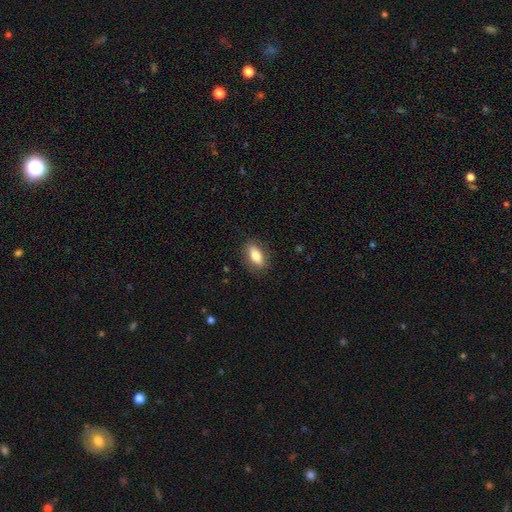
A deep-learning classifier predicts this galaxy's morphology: type=smooth (78%); roundness=in between (83%); merging=none (84%).